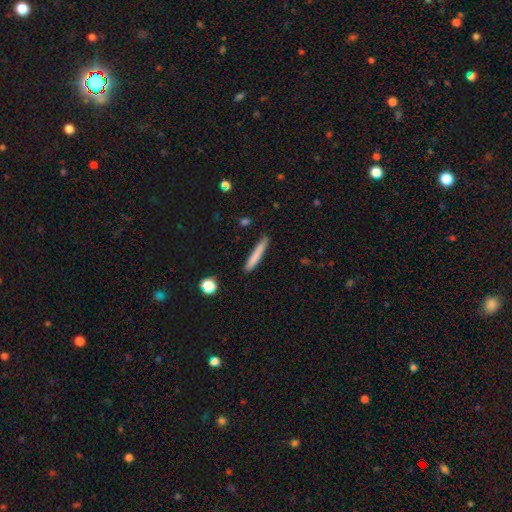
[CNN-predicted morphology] smooth-or-featured: smooth: 79% | featured or disk: 14% | star or artifact: 7%
  how-rounded: cigar-shaped: 95% | in between: 4% | round: 1%
  merging: none: 87% | minor disturbance: 9% | major disturbance: 2% | merger: 2%